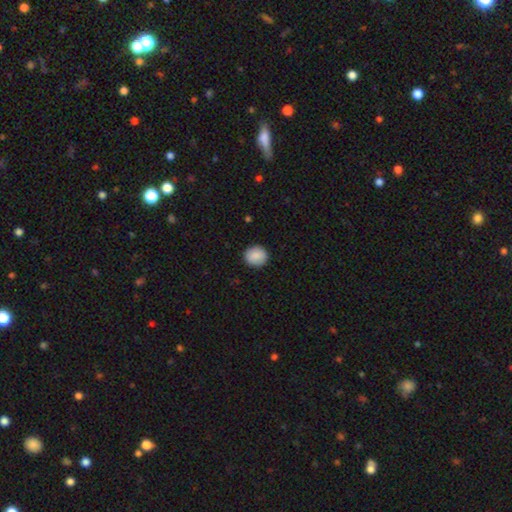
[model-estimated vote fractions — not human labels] This is clearly a smooth galaxy (88%). How rounded: clearly round (85%). Merging: clearly none (91%).